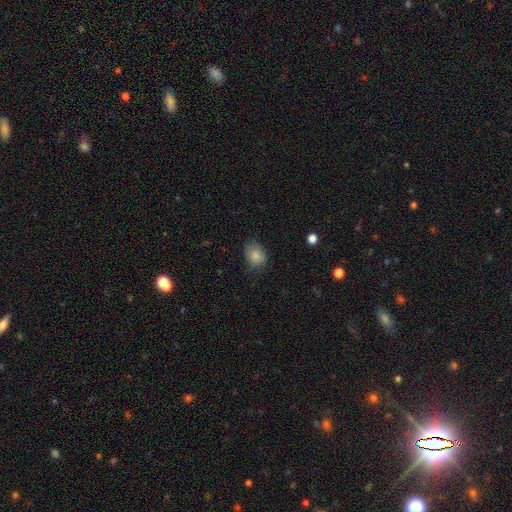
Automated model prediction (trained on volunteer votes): Overall: smooth (84%). How rounded: in between (63%; round 36%). Merging: none (70%).